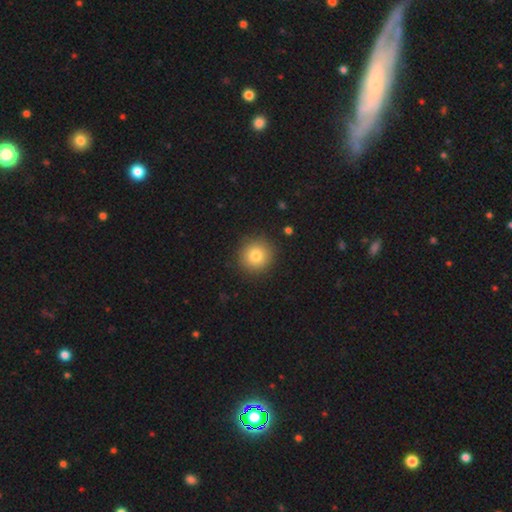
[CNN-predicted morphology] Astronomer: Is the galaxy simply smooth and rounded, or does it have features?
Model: smooth — 81%.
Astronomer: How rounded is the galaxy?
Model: round — 93%.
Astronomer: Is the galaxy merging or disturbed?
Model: none — 90%.